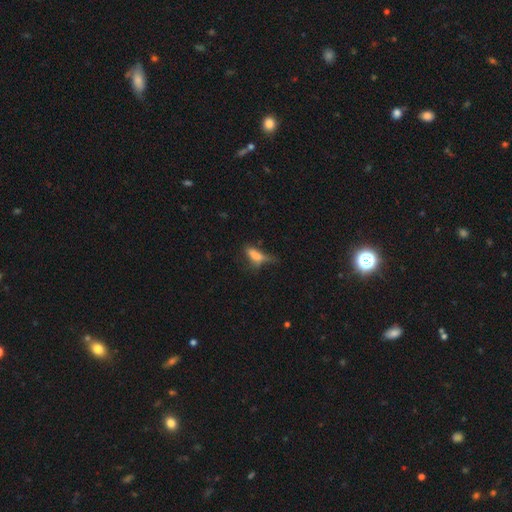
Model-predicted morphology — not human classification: type=smooth (65%); roundness=in between (50%); merging=major disturbance (34%).